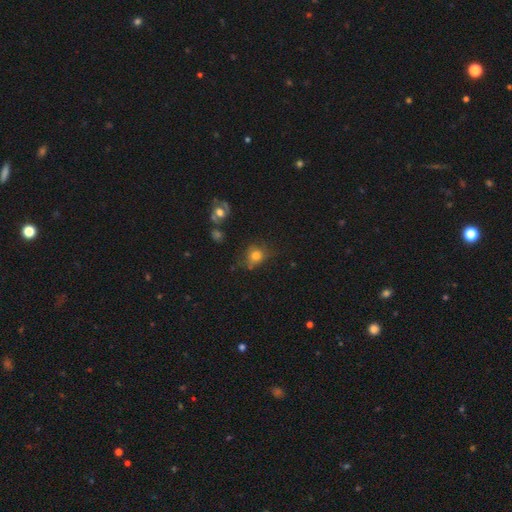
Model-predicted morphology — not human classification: smooth 75%, featured or disk 13%, star or artifact 12%. Down the decision tree: how rounded — round (66%); merging — none (61%).